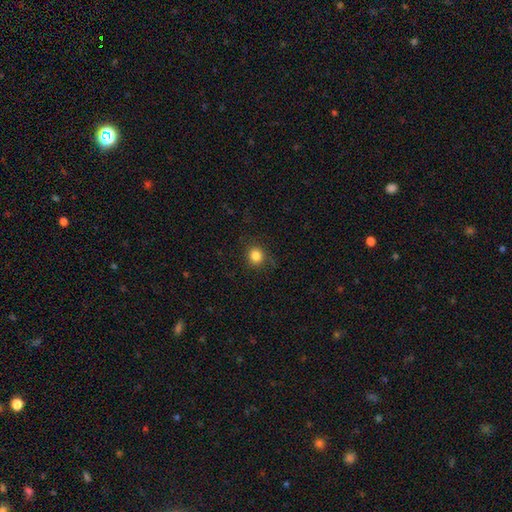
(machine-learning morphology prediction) A smooth galaxy with no disk features (84%) that is round (89%). Merging: none (86%).